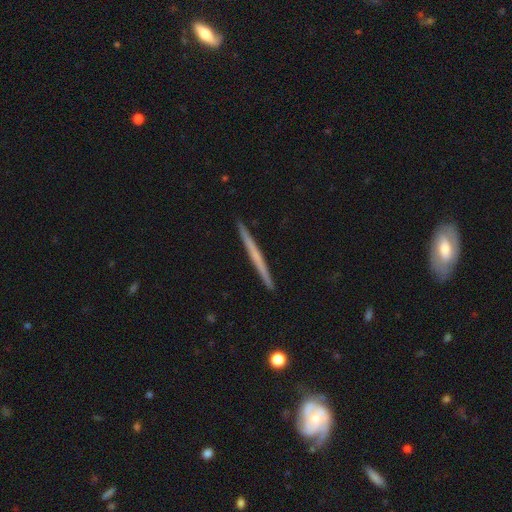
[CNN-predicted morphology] A featured or disk galaxy (53%) viewed edge-on (98%) with no central bulge (87%).

Vote fractions:
- Smooth or featured? featured or disk: 53% / smooth: 41% / star or artifact: 5%
- Edge-on disk? yes: 98% / no: 2%
- Edge-on bulge? none: 87% / rounded: 10% / boxy: 3%
- Merging? none: 93% / minor disturbance: 5% / major disturbance: 1% / merger: 1%